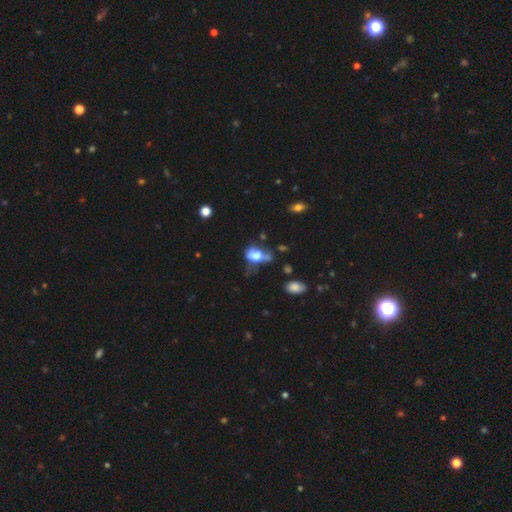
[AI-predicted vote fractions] A smooth galaxy with no disk features (60%) that is in between round and cigar-shaped (74%). Merging: major disturbance (33%).